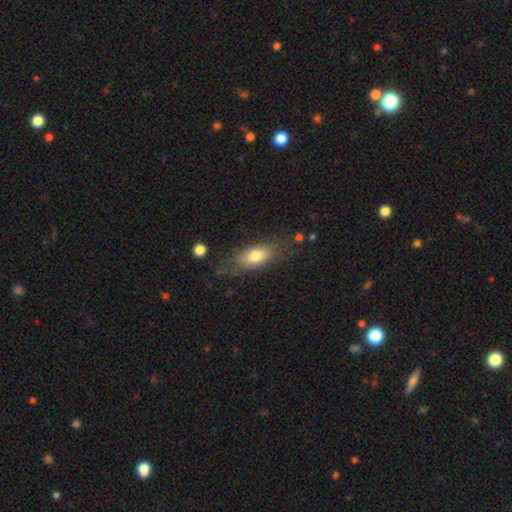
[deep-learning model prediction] Overall: smooth (73%). How rounded: in between (80%). Merging: none (67%).